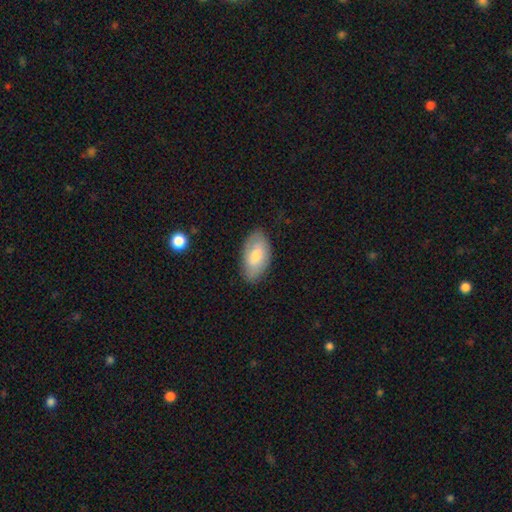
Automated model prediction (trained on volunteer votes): This is likely a smooth galaxy (70%). How rounded: clearly in between (94%). Merging: likely none (78%).